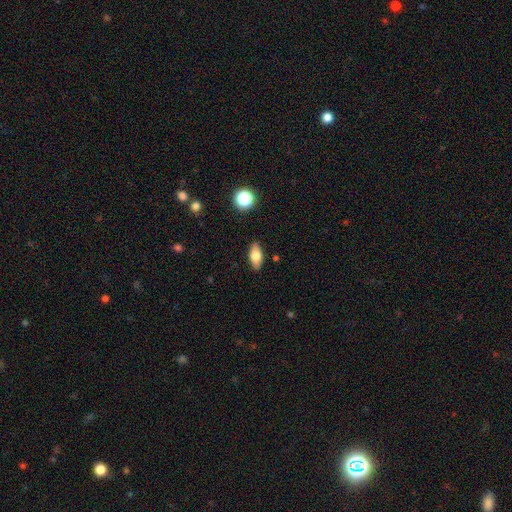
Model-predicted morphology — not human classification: type=smooth (75%); roundness=in between (87%); merging=none (88%).